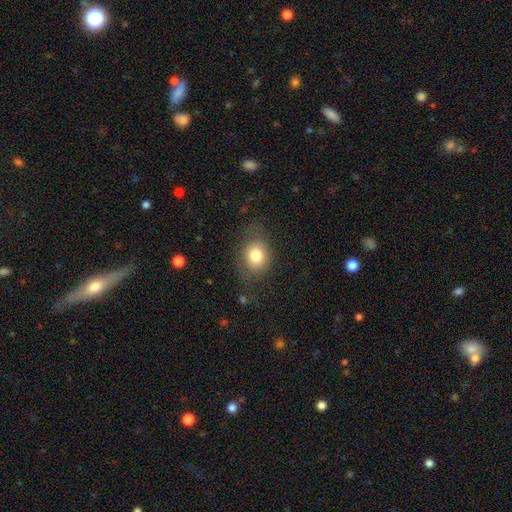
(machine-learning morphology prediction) Smooth or featured: smooth — 78% (featured or disk — 13%)
How rounded: in between — 52% (round — 47%)
Merging: none — 71% (minor disturbance — 18%)